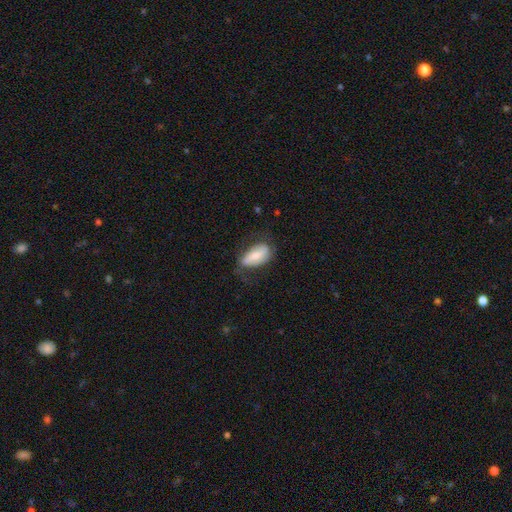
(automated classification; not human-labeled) The model was most divided on "merging": none: 53%, minor disturbance: 29%, major disturbance: 17%, merger: 2%. More confident: how rounded — in between (88%); smooth or featured — smooth (59%).